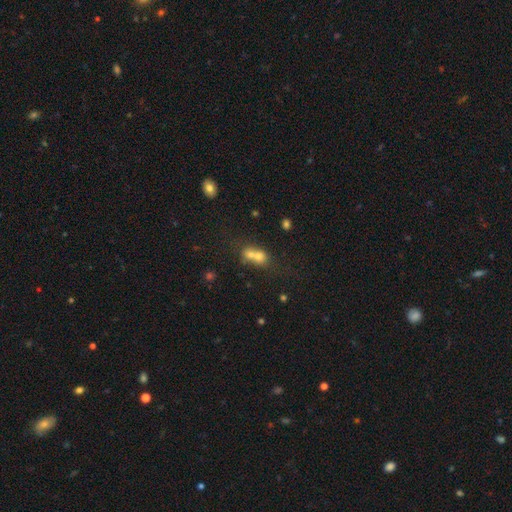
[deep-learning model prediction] smooth-or-featured: smooth: 67% | featured or disk: 19% | star or artifact: 14%
  how-rounded: round: 55% | in between: 43% | cigar-shaped: 2%
  merging: merger: 69% | none: 20% | minor disturbance: 6% | major disturbance: 4%